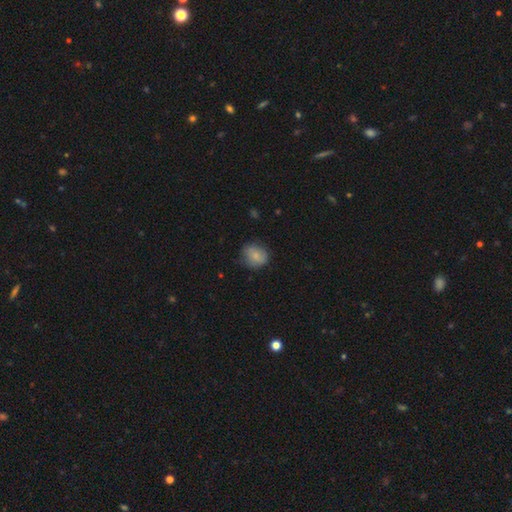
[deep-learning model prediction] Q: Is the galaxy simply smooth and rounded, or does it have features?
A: smooth — 80%.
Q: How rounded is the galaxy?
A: round — 65%.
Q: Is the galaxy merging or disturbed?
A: none — 69%.